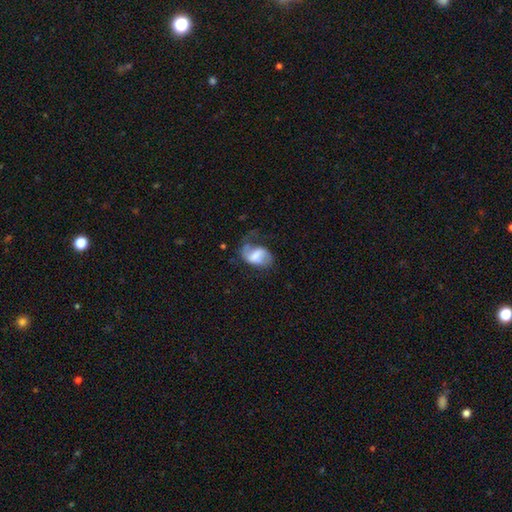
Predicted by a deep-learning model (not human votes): A featured or disk galaxy (57%) with a weak bar (46%), spiral arms (80%) and a moderate central bulge (31%).

Vote fractions:
- Smooth or featured? featured or disk: 57% / smooth: 35% / star or artifact: 7%
- Edge-on disk? no: 97% / yes: 3%
- Bar? weak: 46% / strong: 29% / no: 25%
- Spiral arms? yes: 80% / no: 20%
- Bulge size? moderate: 31% / small: 24% / none: 24% / large: 17% / dominant: 4%
- Merging? none: 36% / major disturbance: 35% / minor disturbance: 26% / merger: 3%